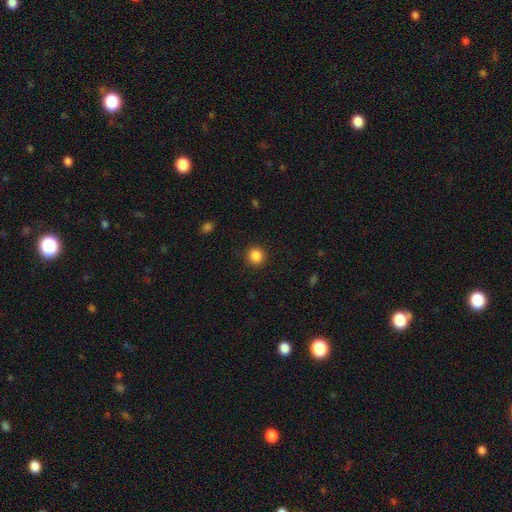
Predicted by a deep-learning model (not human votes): The model was most divided on "smooth or featured": smooth: 86%, star or artifact: 11%, featured or disk: 4%. More confident: merging — none (91%); how rounded — round (91%).